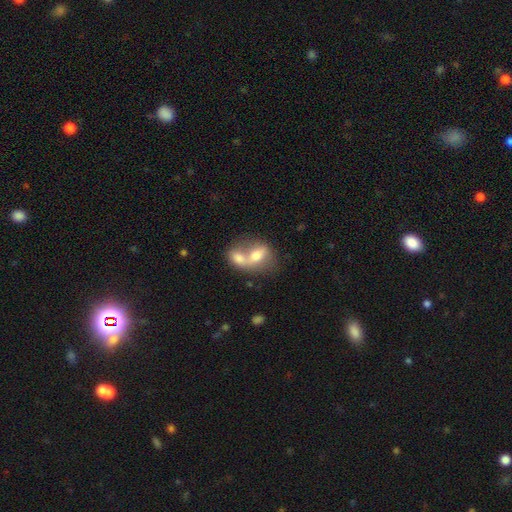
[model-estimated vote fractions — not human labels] smooth 64%, featured or disk 29%, star or artifact 7%. Down the decision tree: how rounded — in between (72%); merging — merger (77%).